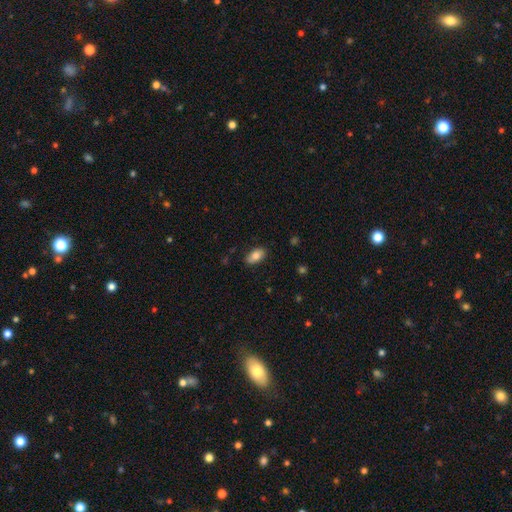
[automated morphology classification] This is clearly a smooth galaxy (80%). How rounded: clearly in between (92%). Merging: clearly none (86%).